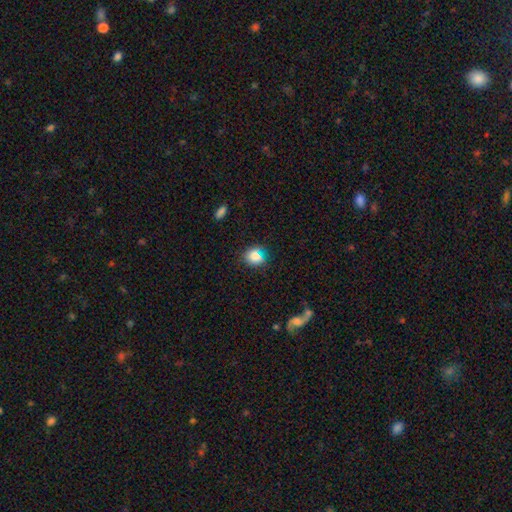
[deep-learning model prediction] Q: Smooth or featured?
A: smooth (79%); runner-up: star or artifact (13%)
Q: How rounded?
A: round (64%); runner-up: in between (34%)
Q: Merging?
A: none (67%); runner-up: minor disturbance (18%)